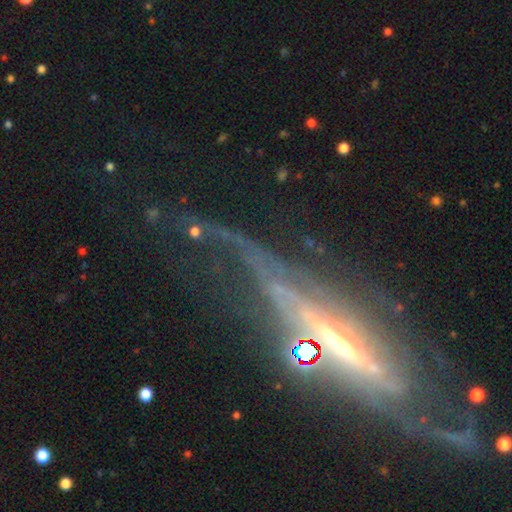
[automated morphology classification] Smooth or featured? Predicted: featured or disk (p=0.74). Edge-on disk? Predicted: yes (p=0.66). Merging? Predicted: none (p=0.49).